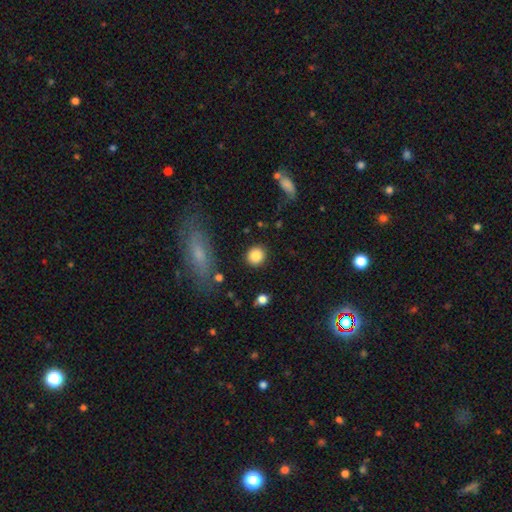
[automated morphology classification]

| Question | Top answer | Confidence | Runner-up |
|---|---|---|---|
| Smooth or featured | smooth | 86% | star or artifact (9%) |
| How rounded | round | 88% | in between (11%) |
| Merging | none | 88% | minor disturbance (7%) |